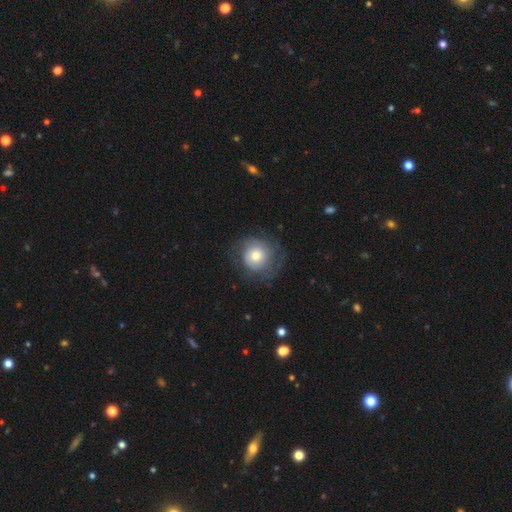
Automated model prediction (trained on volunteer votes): Smooth or featured? Predicted: smooth (p=0.49). Merging? Predicted: none (p=0.67).